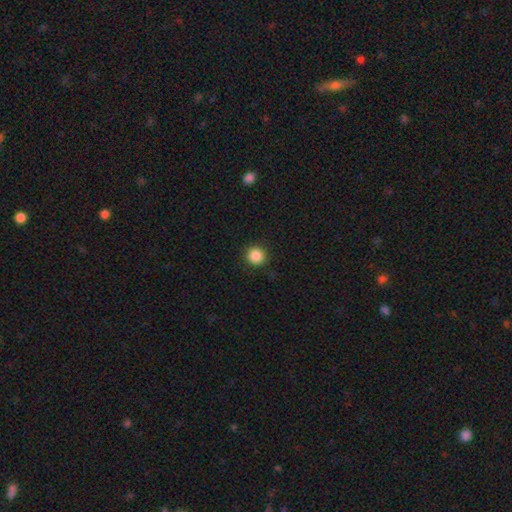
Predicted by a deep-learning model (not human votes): A smooth galaxy with no disk features (87%) that is round (93%).

Vote fractions:
- Smooth or featured? smooth: 87% / star or artifact: 10% / featured or disk: 3%
- How rounded? round: 93% / in between: 6% / cigar-shaped: 1%
- Merging? none: 91% / minor disturbance: 6% / major disturbance: 2% / merger: 1%